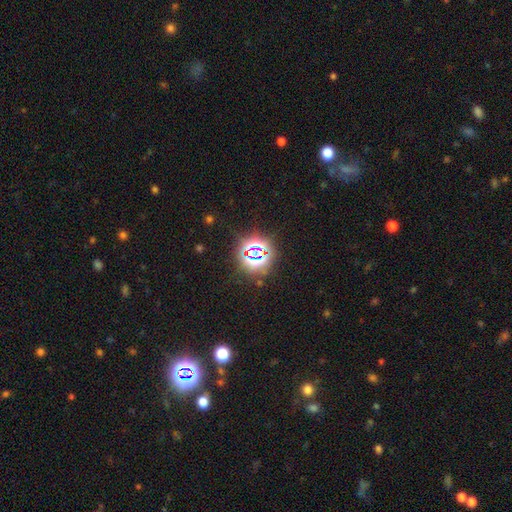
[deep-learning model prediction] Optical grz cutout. It shows a star or artifact, not a galaxy (72%).